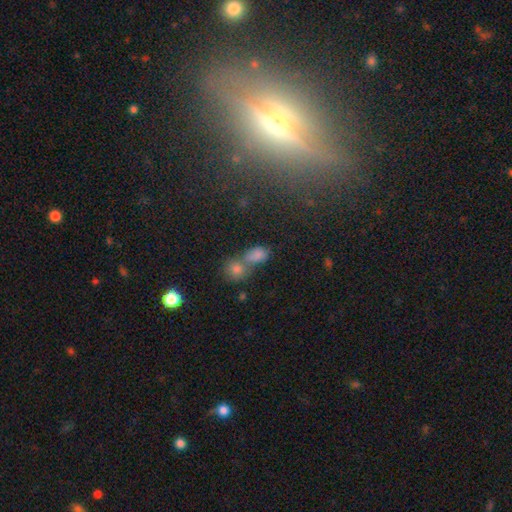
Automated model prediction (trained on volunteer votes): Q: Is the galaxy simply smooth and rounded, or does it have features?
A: smooth — 75%.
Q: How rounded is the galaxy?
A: in between — 58%.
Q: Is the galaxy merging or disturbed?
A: merger — 55%.